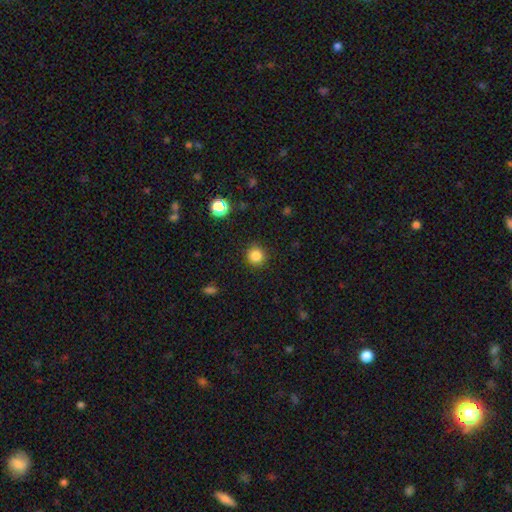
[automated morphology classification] Smooth or featured?
  - smooth: 84% *
  - star or artifact: 12%
  - featured or disk: 4%
How rounded?
  - round: 93% *
  - in between: 6%
  - cigar-shaped: 1%
Merging?
  - none: 90% *
  - minor disturbance: 6%
  - major disturbance: 2%
  - merger: 1%